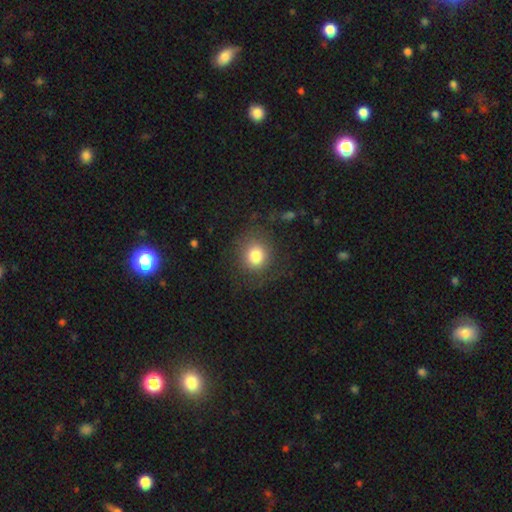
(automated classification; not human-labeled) The model was most divided on "merging": none: 75%, minor disturbance: 13%, major disturbance: 10%, merger: 1%. More confident: how rounded — round (85%); smooth or featured — smooth (77%).